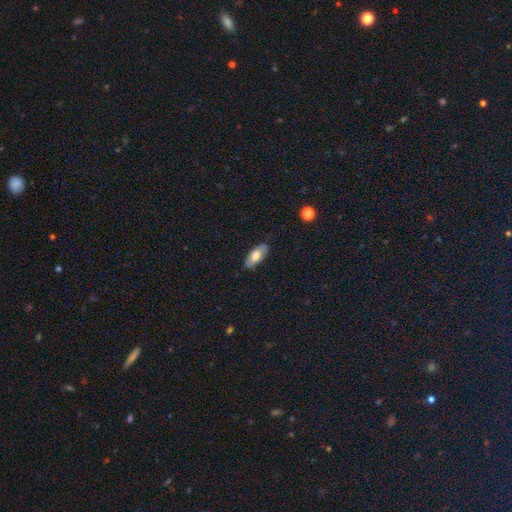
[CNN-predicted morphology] Smooth or featured?
  - smooth: 67% *
  - featured or disk: 27%
  - star or artifact: 6%
How rounded?
  - in between: 87% *
  - cigar-shaped: 11%
  - round: 2%
Merging?
  - none: 85% *
  - minor disturbance: 12%
  - major disturbance: 2%
  - merger: 1%